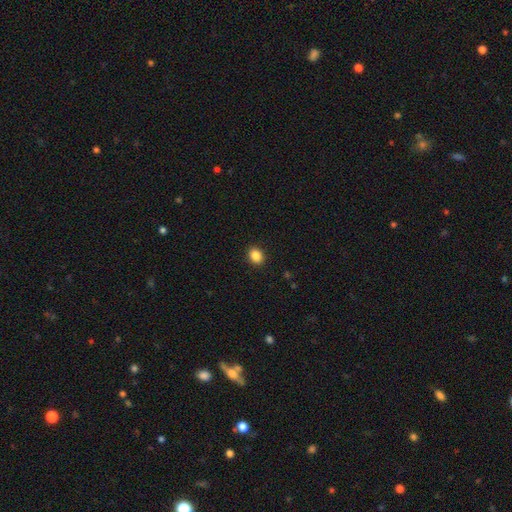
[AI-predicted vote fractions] Smooth or featured? smooth (87%)
How rounded? in between (54%)
Merging? none (91%)